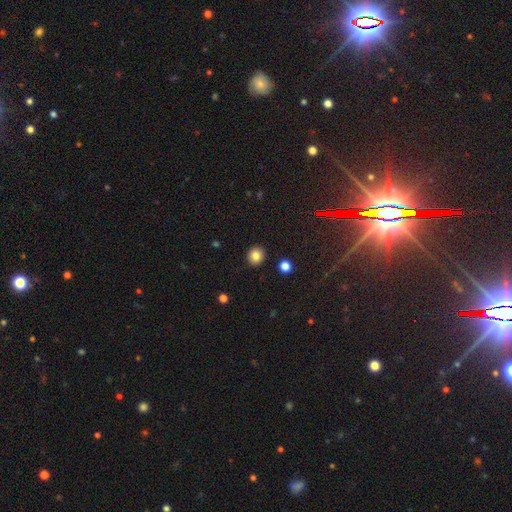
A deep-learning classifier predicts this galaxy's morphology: This appears to be a smooth galaxy with no disk features (83%) that is round (81%). Merging: none (91%).